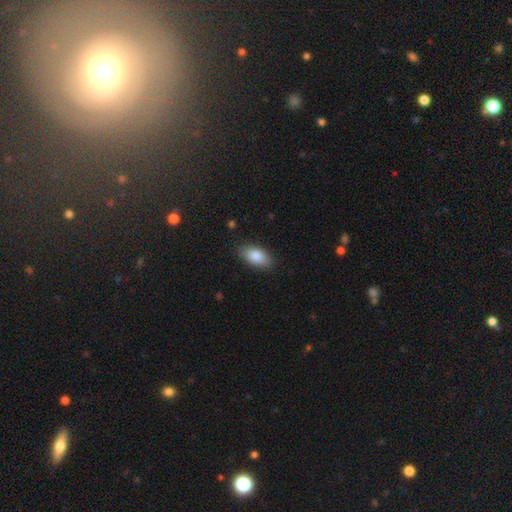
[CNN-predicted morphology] A smooth galaxy with no disk features (86%) that is in between round and cigar-shaped (93%).

Vote fractions:
- Smooth or featured? smooth: 86% / featured or disk: 7% / star or artifact: 6%
- How rounded? in between: 93% / round: 4% / cigar-shaped: 4%
- Merging? none: 86% / minor disturbance: 10% / major disturbance: 2% / merger: 1%